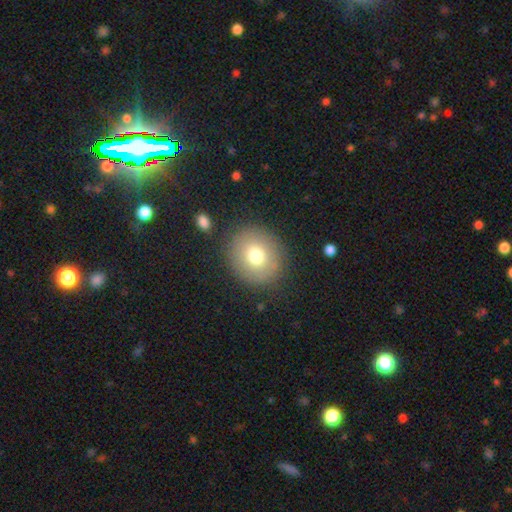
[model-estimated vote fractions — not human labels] smooth-or-featured: smooth: 74% | featured or disk: 15% | star or artifact: 11%
  how-rounded: round: 84% | in between: 15% | cigar-shaped: 1%
  merging: none: 86% | minor disturbance: 8% | major disturbance: 4% | merger: 2%